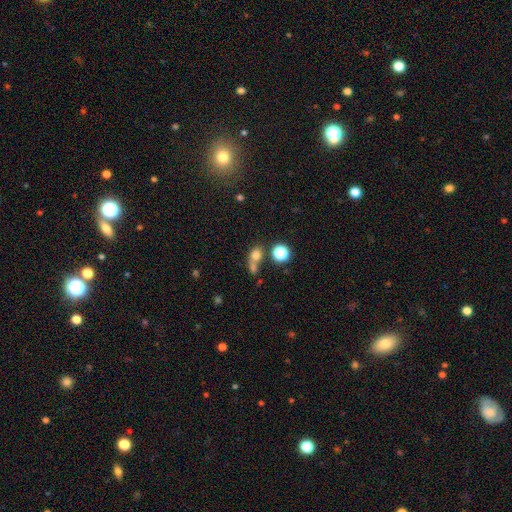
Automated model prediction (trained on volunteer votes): smooth_or_featured: smooth (p=0.70) [alt: star or artifact p=0.17]
how_rounded: round (p=0.57) [alt: in between p=0.39]
merging: merger (p=0.45) [alt: none p=0.32]